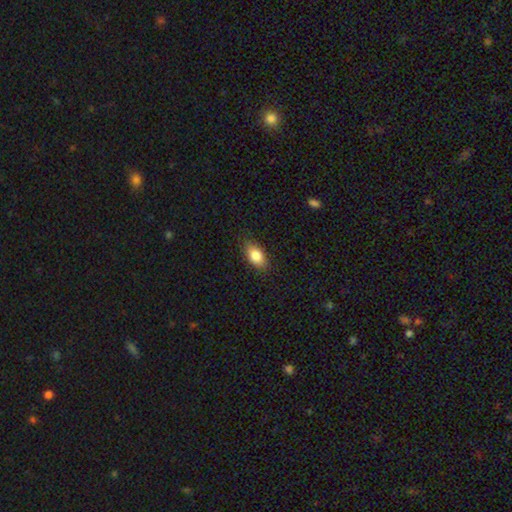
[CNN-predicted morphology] Overall: smooth (83%). How rounded: in between (90%). Merging: none (84%).